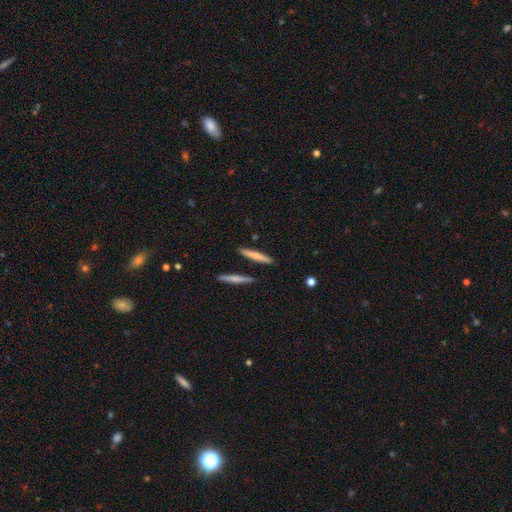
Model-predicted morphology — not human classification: Smooth or featured?
  - smooth: 67% *
  - featured or disk: 27%
  - star or artifact: 6%
How rounded?
  - cigar-shaped: 92% *
  - in between: 6%
  - round: 2%
Merging?
  - none: 86% *
  - minor disturbance: 7%
  - merger: 5%
  - major disturbance: 2%